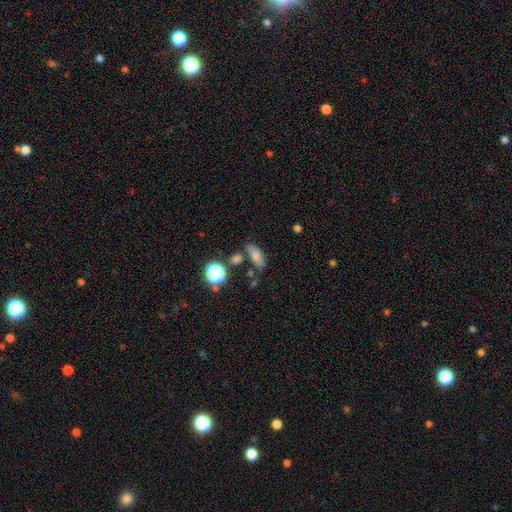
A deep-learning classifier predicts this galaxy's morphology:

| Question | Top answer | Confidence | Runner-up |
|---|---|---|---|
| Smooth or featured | smooth | 76% | star or artifact (14%) |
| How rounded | in between | 70% | cigar-shaped (21%) |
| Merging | none | 65% | minor disturbance (17%) |